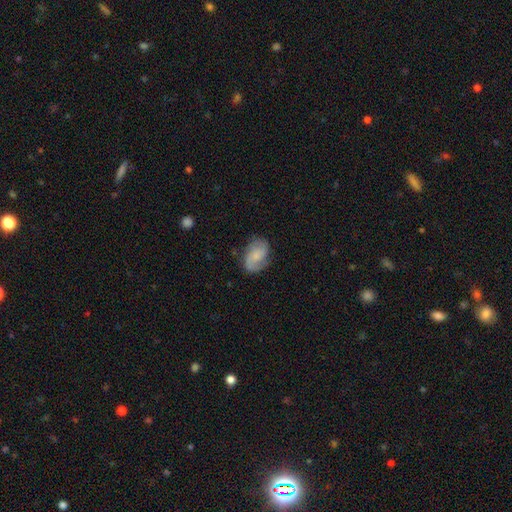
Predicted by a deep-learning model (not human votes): This is likely a featured or disk galaxy (67%). It is clearly not viewed edge-on (97%). Bar: likely no (60%). Spiral arm pattern: clearly yes (94%). Spiral arm count: clearly 2 (81%). Spiral winding: possibly medium (46%). Central bulge: possibly small (48%). Merging: likely none (72%).